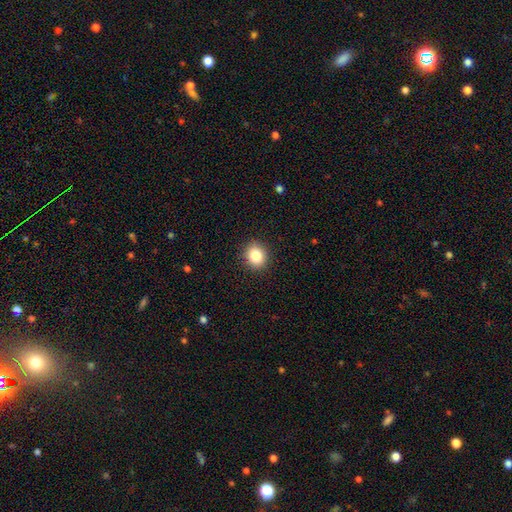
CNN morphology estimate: smooth 84%, star or artifact 10%, featured or disk 6%. Down the decision tree: how rounded — round (69%); merging — none (91%).